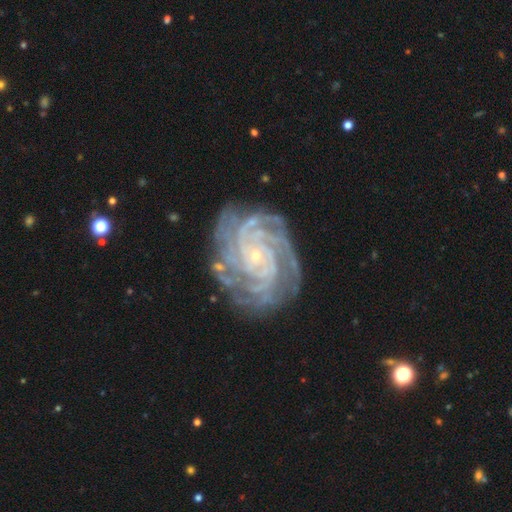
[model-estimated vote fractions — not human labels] featured or disk 92%, star or artifact 5%, smooth 3%. Down the decision tree: edge-on disk — no (98%); bar — no (74%); spiral arms — yes (99%); spiral arm count — more than 4 (28%, tied with 4); spiral winding — tight (82%); bulge size — small (88%); merging — none (81%).